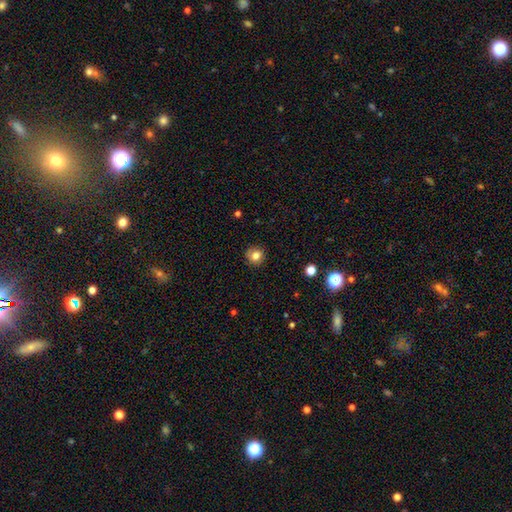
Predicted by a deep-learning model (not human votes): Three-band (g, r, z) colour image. It shows a smooth galaxy with no disk features (80%) that is round (90%). Merging: none (88%).